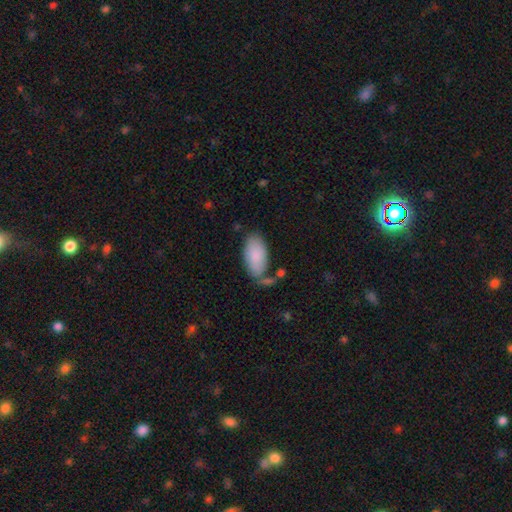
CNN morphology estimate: Smooth or featured? Predicted: smooth (p=0.86). How rounded? Predicted: in between (p=0.95). Merging? Predicted: none (p=0.67).